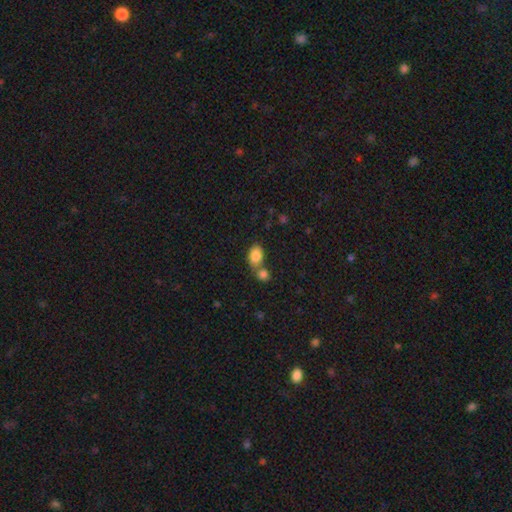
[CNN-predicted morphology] A smooth galaxy with no disk features (84%) that is in between round and cigar-shaped (80%).

Vote fractions:
- Smooth or featured? smooth: 84% / star or artifact: 9% / featured or disk: 7%
- How rounded? in between: 80% / round: 19% / cigar-shaped: 1%
- Merging? none: 46% / merger: 40% / minor disturbance: 10% / major disturbance: 4%